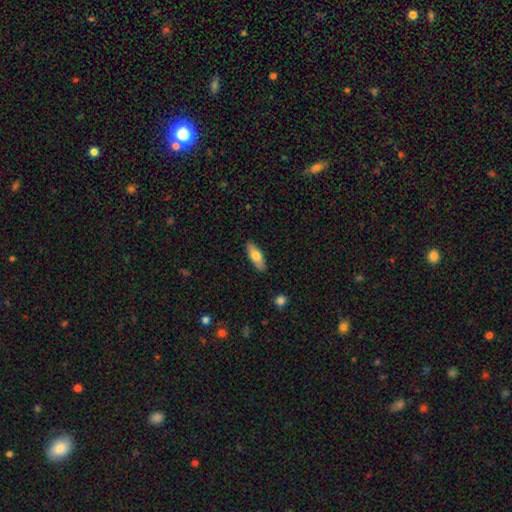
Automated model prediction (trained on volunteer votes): Morphology: type=smooth (71%); roundness=in between (65%); merging=none (88%).